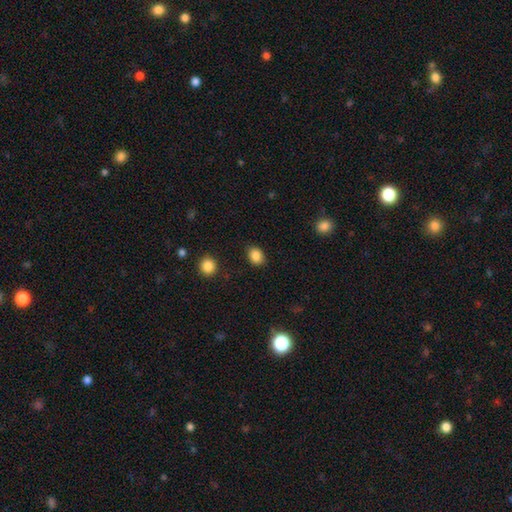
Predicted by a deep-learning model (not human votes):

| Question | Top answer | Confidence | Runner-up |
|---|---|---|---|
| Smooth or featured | smooth | 87% | star or artifact (9%) |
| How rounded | in between | 62% | round (37%) |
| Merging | none | 86% | minor disturbance (10%) |